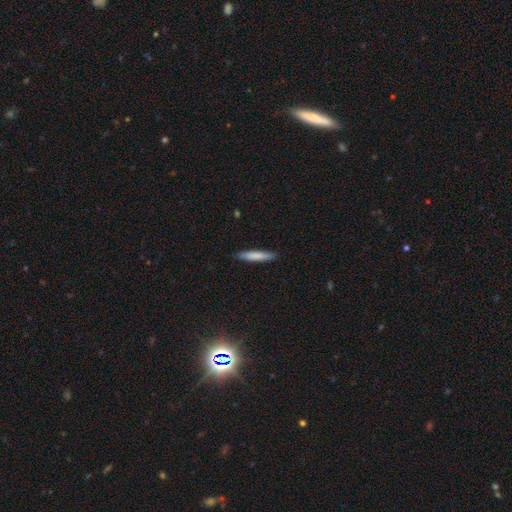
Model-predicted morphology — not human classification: type=smooth (80%); roundness=cigar-shaped (91%); merging=none (90%).